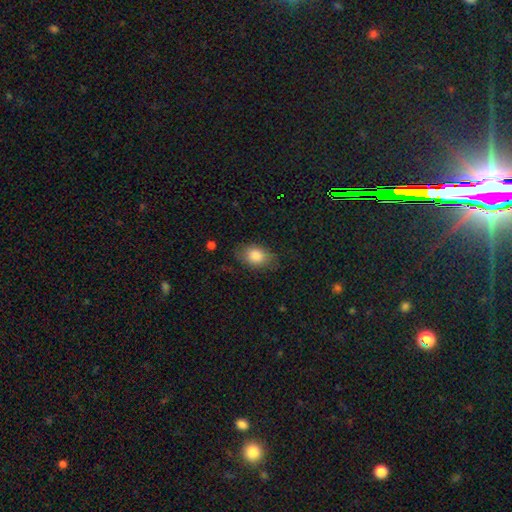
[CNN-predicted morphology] Overall: smooth (83%). How rounded: in between (84%). Merging: none (75%).